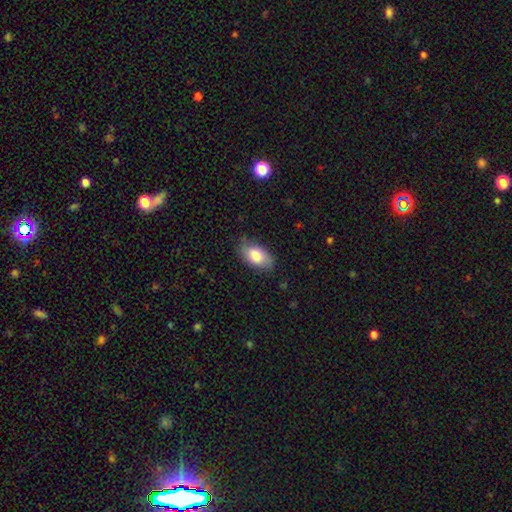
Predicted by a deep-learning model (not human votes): Overall: smooth (77%). How rounded: in between (92%). Merging: none (79%).